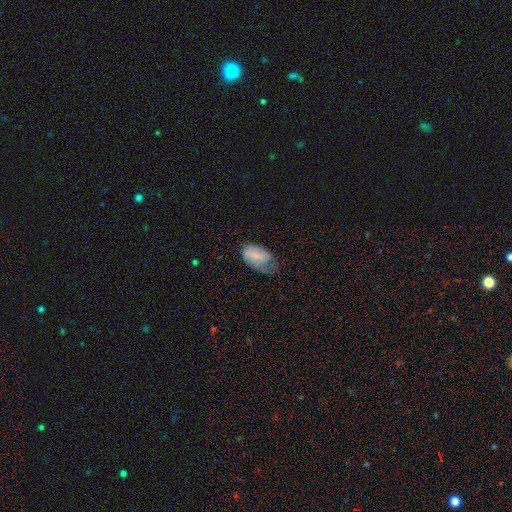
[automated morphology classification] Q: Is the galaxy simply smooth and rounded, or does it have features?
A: smooth — 69%.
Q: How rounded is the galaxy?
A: in between — 92%.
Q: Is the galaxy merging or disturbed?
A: minor disturbance — 40%.